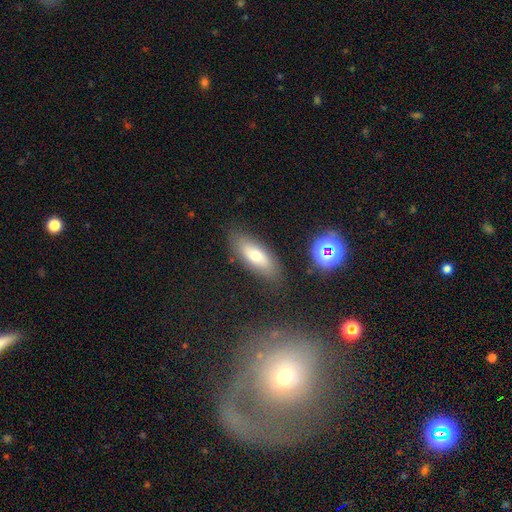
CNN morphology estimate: A smooth galaxy with no disk features (65%) that is in between round and cigar-shaped (73%). Merging: none (82%).